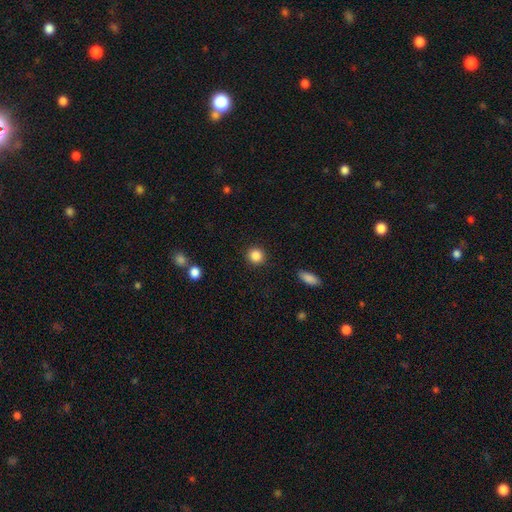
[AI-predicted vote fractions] This appears to be a smooth galaxy with no disk features (87%) that is round (91%). Merging: none (91%).